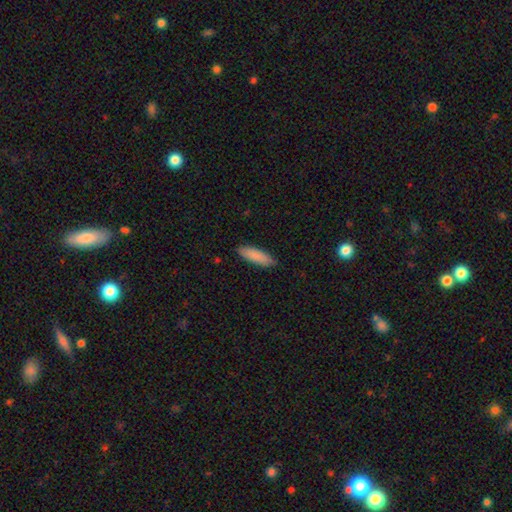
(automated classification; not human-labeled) This appears to be a smooth galaxy with no disk features (88%) that is cigar-shaped (51%). Merging: none (87%).